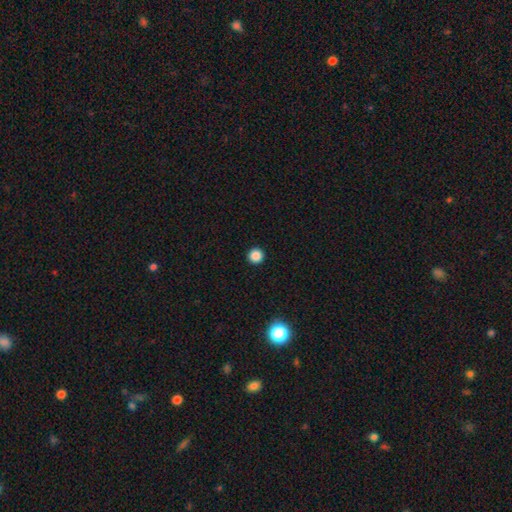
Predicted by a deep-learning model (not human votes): Morphology: type=smooth (86%); roundness=round (96%); merging=none (94%).